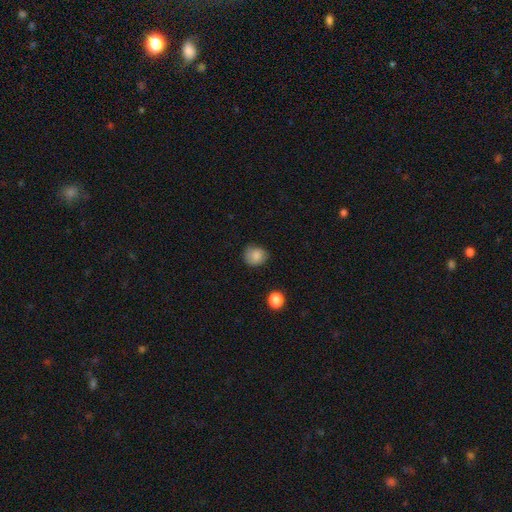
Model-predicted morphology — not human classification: The model was most divided on "how rounded": round: 72%, in between: 27%, cigar-shaped: 1%. More confident: smooth or featured — smooth (81%); merging — none (69%).